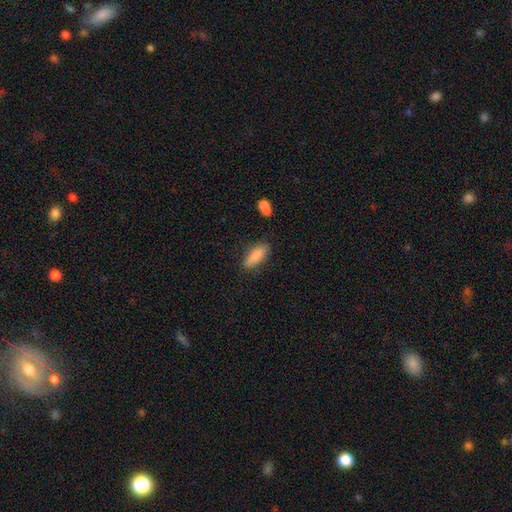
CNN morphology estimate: Smooth or featured? Predicted: smooth (p=0.87). How rounded? Predicted: in between (p=0.74). Merging? Predicted: none (p=0.79).